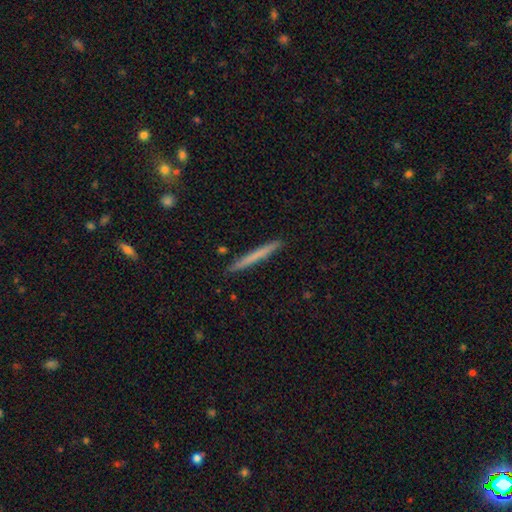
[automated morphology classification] Smooth or featured: smooth — 62% (featured or disk — 32%)
How rounded: cigar-shaped — 97% (in between — 2%)
Merging: none — 91% (minor disturbance — 6%)